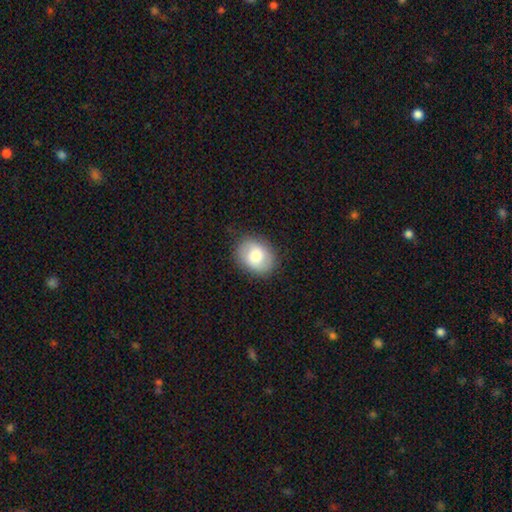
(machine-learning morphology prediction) A smooth galaxy with no disk features (65%) that is in between round and cigar-shaped (53%). Merging: none (84%).